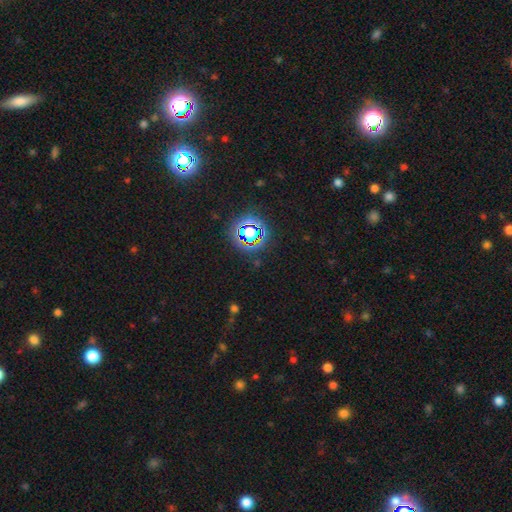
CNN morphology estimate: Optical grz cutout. It shows a star or artifact, not a galaxy (78%).